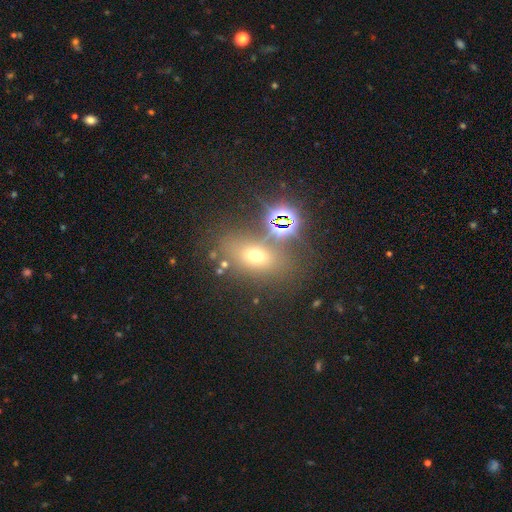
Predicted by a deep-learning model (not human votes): Smooth or featured?
  - smooth: 52% *
  - star or artifact: 31%
  - featured or disk: 17%
How rounded?
  - in between: 68% *
  - round: 26%
  - cigar-shaped: 5%
Merging?
  - none: 67% *
  - minor disturbance: 13%
  - merger: 12%
  - major disturbance: 8%